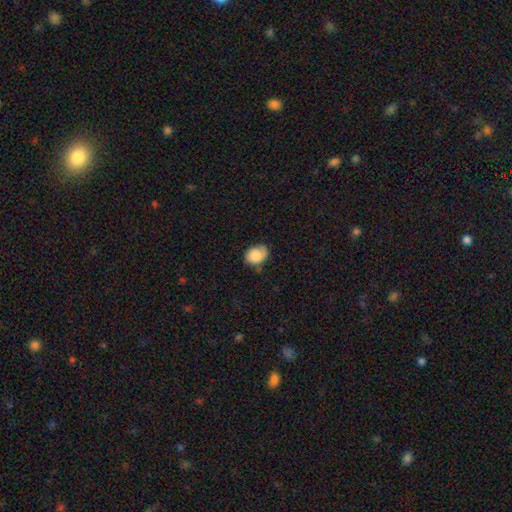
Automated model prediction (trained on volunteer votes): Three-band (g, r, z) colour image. It shows a smooth galaxy with no disk features (80%) that is in between round and cigar-shaped (64%). Merging: none (55%).